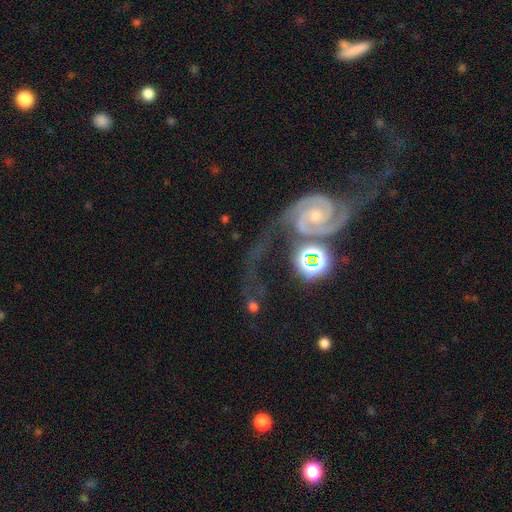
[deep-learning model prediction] Smooth or featured: featured or disk — 85% (star or artifact — 9%)
Edge-on disk: no — 96% (yes — 4%)
Bar: no — 59% (weak — 29%)
Spiral arms: yes — 96% (no — 4%)
Spiral winding: medium — 43% (loose — 37%)
Spiral arm count: 2 — 89% (can't tell — 3%)
Bulge size: small — 61% (moderate — 31%)
Merging: none — 44% (major disturbance — 21%)